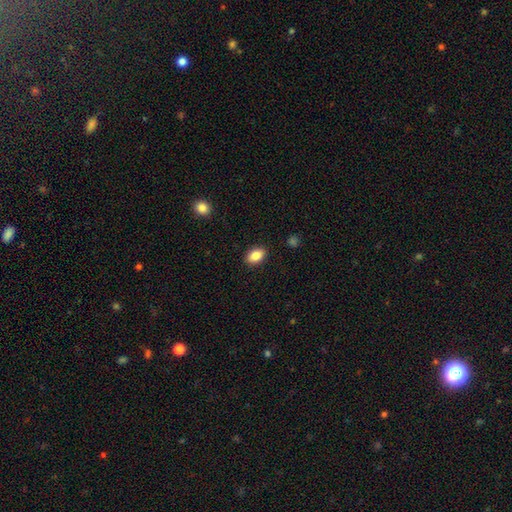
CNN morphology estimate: A smooth galaxy with no disk features (85%) that is in between round and cigar-shaped (88%). Merging: none (89%).